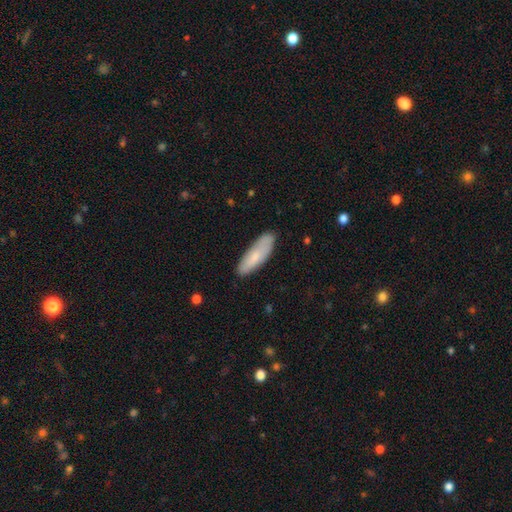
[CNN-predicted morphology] Smooth or featured? Predicted: smooth (p=0.78). How rounded? Predicted: in between (p=0.50). Merging? Predicted: none (p=0.81).